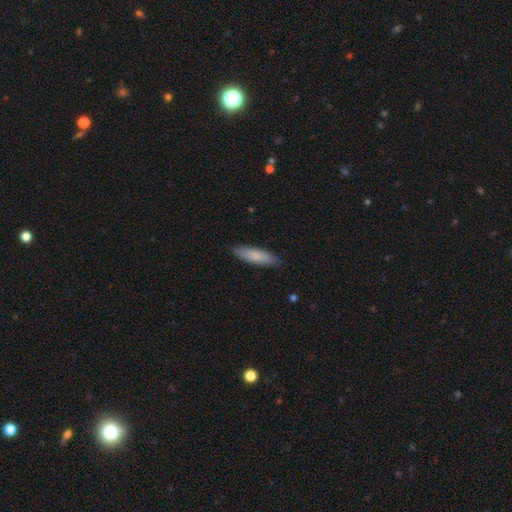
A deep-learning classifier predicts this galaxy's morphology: type=smooth (80%); roundness=cigar-shaped (65%); merging=none (87%).